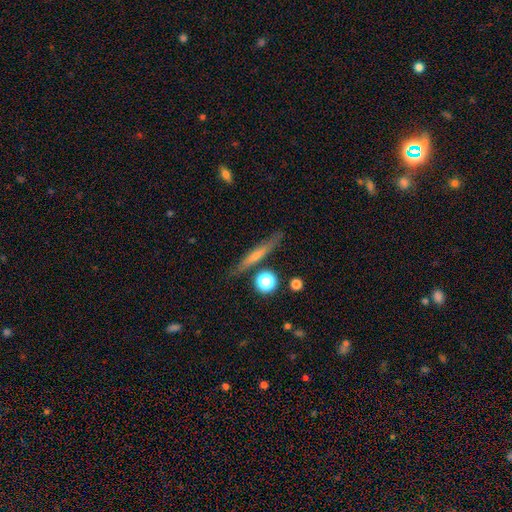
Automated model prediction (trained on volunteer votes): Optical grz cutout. It shows a featured or disk galaxy (48%). Merging: none (82%).